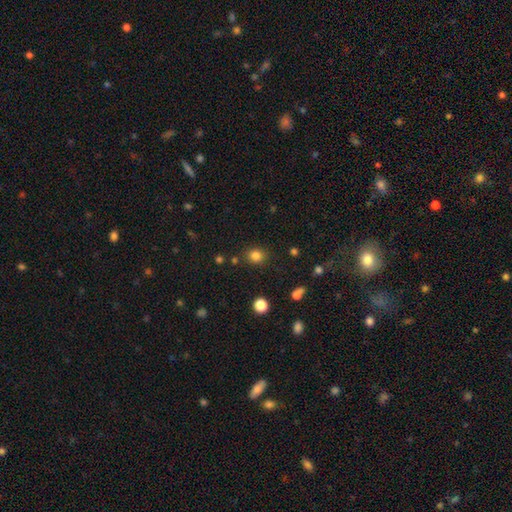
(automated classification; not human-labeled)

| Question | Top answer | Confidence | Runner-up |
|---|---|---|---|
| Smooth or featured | smooth | 82% | star or artifact (13%) |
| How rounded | round | 78% | in between (21%) |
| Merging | none | 85% | minor disturbance (9%) |